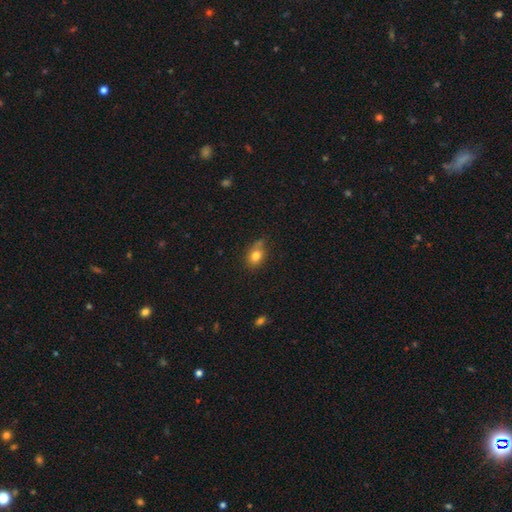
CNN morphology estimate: Overall: smooth (80%). How rounded: in between (62%; round 36%). Merging: none (56%; minor disturbance 31%).